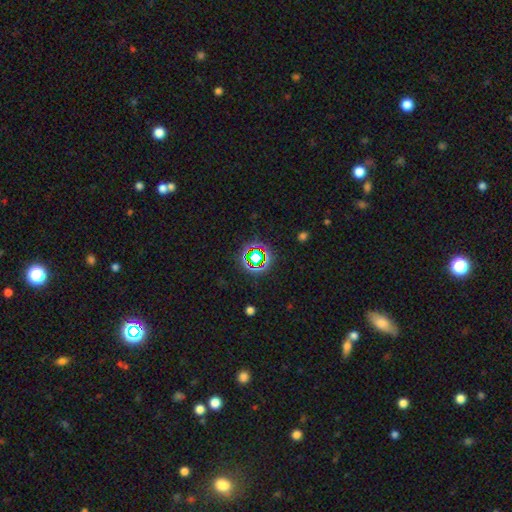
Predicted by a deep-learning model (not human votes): Smooth or featured? Predicted: star or artifact (p=0.70).